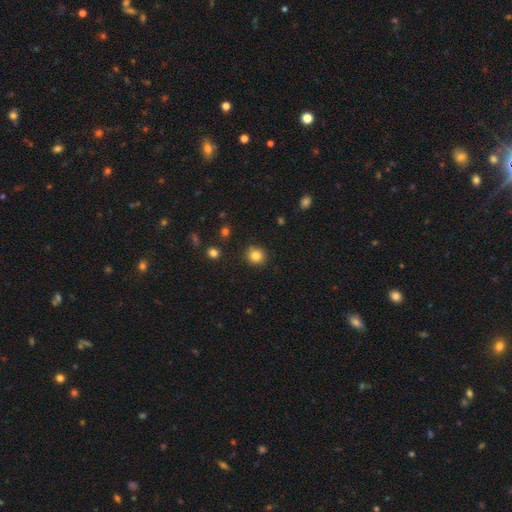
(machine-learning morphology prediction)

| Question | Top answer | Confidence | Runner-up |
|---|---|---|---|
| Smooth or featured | smooth | 84% | star or artifact (11%) |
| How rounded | round | 89% | in between (10%) |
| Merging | none | 89% | minor disturbance (7%) |